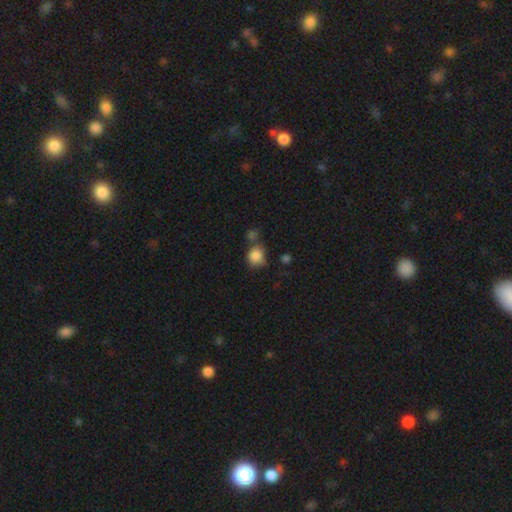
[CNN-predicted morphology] Smooth or featured?
  - smooth: 85% *
  - star or artifact: 9%
  - featured or disk: 5%
How rounded?
  - round: 82% *
  - in between: 17%
  - cigar-shaped: 1%
Merging?
  - none: 59% *
  - merger: 19%
  - minor disturbance: 17%
  - major disturbance: 5%